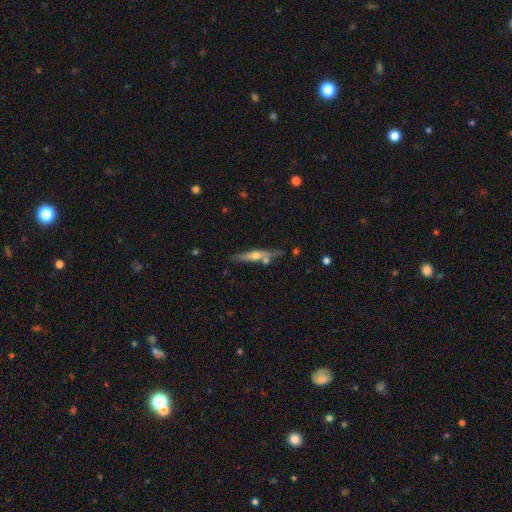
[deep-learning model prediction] smooth_or_featured: featured or disk (p=0.55) [alt: smooth p=0.39]
disk_edge_on: yes (p=0.89) [alt: no p=0.11]
merging: none (p=0.68) [alt: minor disturbance p=0.16]